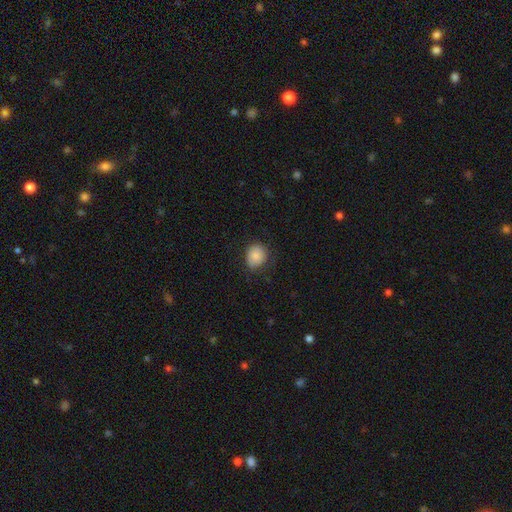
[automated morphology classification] This is clearly a smooth galaxy (84%). How rounded: likely round (66%). Merging: likely none (74%).